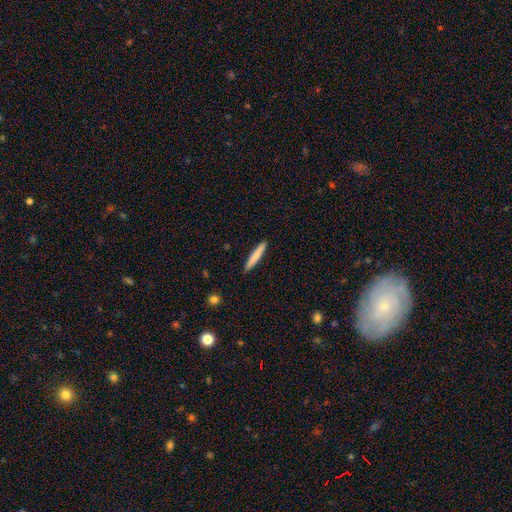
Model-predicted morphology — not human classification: Smooth or featured?
  - smooth: 75% *
  - featured or disk: 19%
  - star or artifact: 6%
How rounded?
  - cigar-shaped: 94% *
  - in between: 5%
  - round: 1%
Merging?
  - none: 90% *
  - minor disturbance: 7%
  - major disturbance: 1%
  - merger: 1%